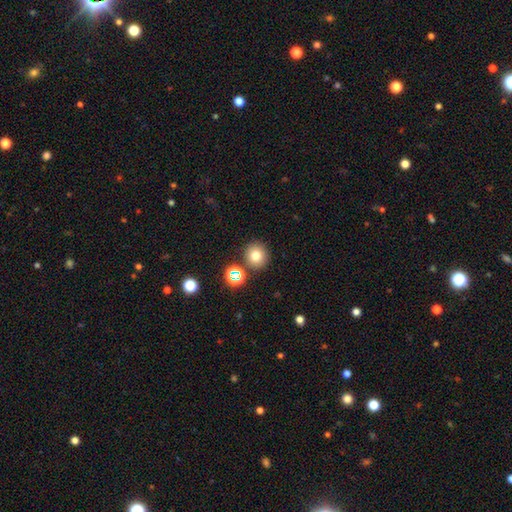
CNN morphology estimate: Smooth or featured? Predicted: smooth (p=0.75). How rounded? Predicted: round (p=0.89). Merging? Predicted: none (p=0.83).